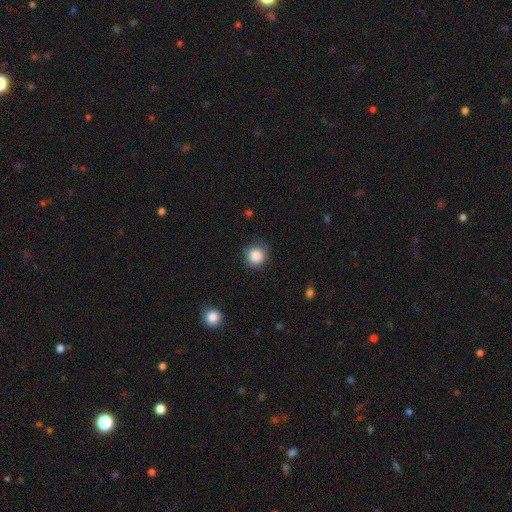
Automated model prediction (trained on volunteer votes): This appears to be a smooth galaxy with no disk features (87%) that is round (93%). Merging: none (84%).